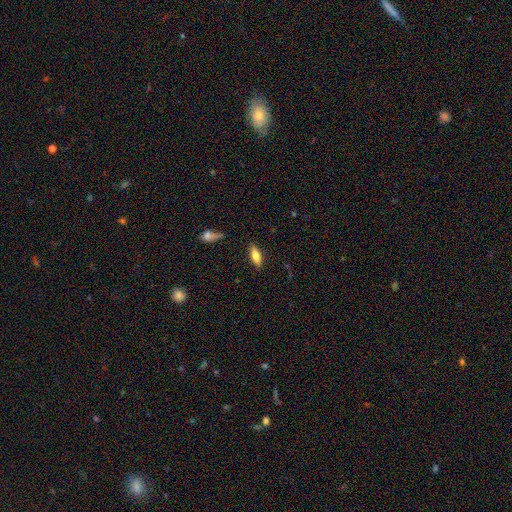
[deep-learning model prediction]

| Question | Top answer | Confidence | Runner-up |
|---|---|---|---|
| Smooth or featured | smooth | 67% | featured or disk (26%) |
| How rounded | in between | 60% | cigar-shaped (38%) |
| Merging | none | 86% | minor disturbance (10%) |